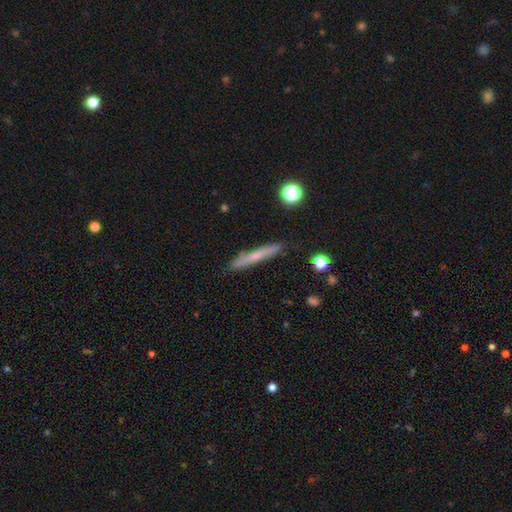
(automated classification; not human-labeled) The model was most divided on "smooth or featured": smooth: 50%, featured or disk: 43%, star or artifact: 7%. More confident: how rounded — cigar-shaped (94%); merging — none (88%).